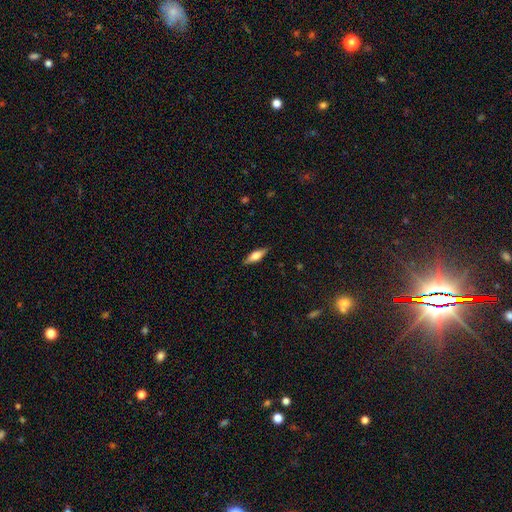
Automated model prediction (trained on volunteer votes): smooth_or_featured: smooth (p=0.50) [alt: featured or disk p=0.44]
how_rounded: cigar-shaped (p=0.52) [alt: in between p=0.45]
merging: none (p=0.88) [alt: minor disturbance p=0.09]